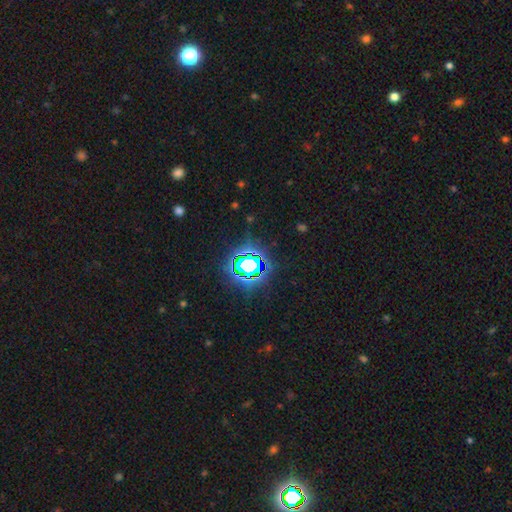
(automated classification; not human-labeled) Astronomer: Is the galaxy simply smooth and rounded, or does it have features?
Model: star or artifact — 78%.